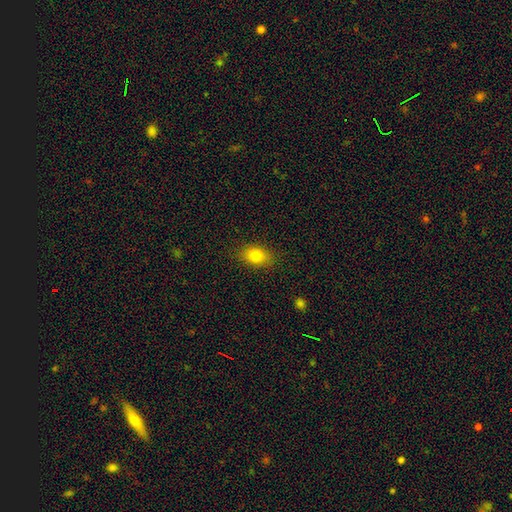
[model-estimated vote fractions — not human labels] Smooth or featured?
  - smooth: 80% *
  - star or artifact: 10%
  - featured or disk: 10%
How rounded?
  - in between: 78% *
  - round: 20%
  - cigar-shaped: 2%
Merging?
  - none: 86% *
  - minor disturbance: 10%
  - major disturbance: 3%
  - merger: 1%